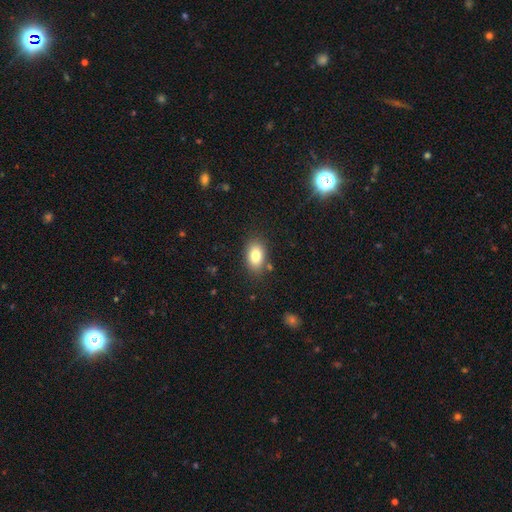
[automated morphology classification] A smooth galaxy with no disk features (80%) that is in between round and cigar-shaped (86%). Merging: none (83%).